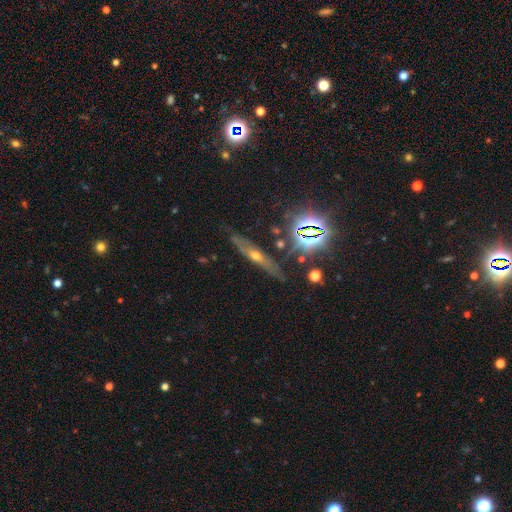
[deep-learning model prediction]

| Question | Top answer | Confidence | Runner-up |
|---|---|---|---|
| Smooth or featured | featured or disk | 52% | star or artifact (24%) |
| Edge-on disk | yes | 81% | no (19%) |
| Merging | none | 80% | minor disturbance (14%) |